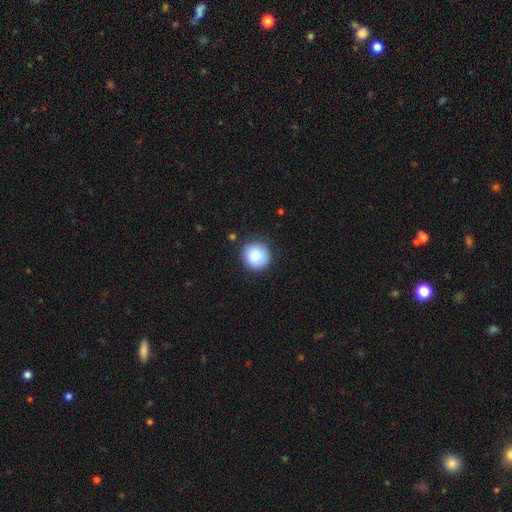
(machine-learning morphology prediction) Smooth or featured? smooth (87%)
How rounded? round (92%)
Merging? none (86%)